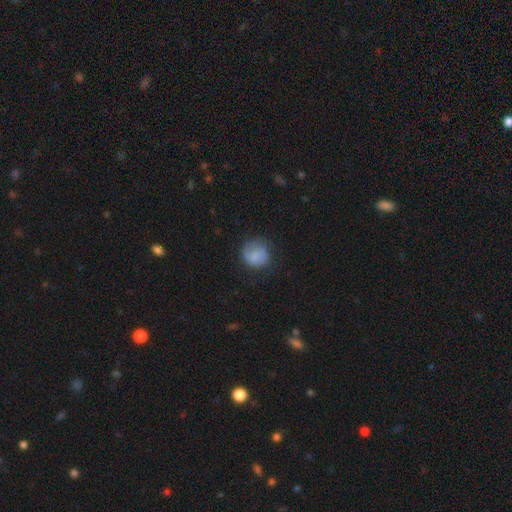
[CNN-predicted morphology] Q: Smooth or featured?
A: smooth (71%); runner-up: featured or disk (21%)
Q: How rounded?
A: round (85%); runner-up: in between (14%)
Q: Merging?
A: none (63%); runner-up: minor disturbance (23%)